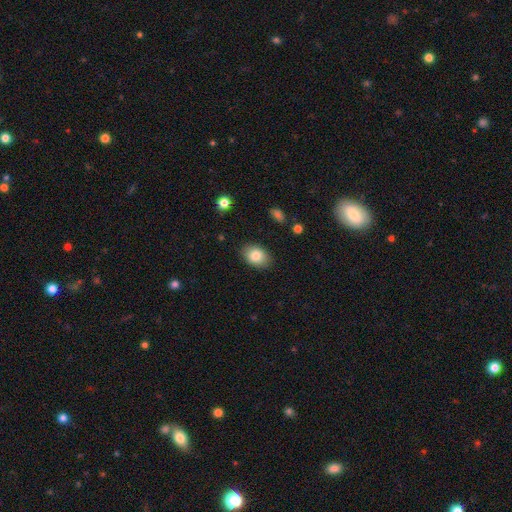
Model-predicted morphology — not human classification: smooth_or_featured: smooth (p=0.84) [alt: featured or disk p=0.09]
how_rounded: in between (p=0.81) [alt: round p=0.18]
merging: none (p=0.86) [alt: minor disturbance p=0.10]